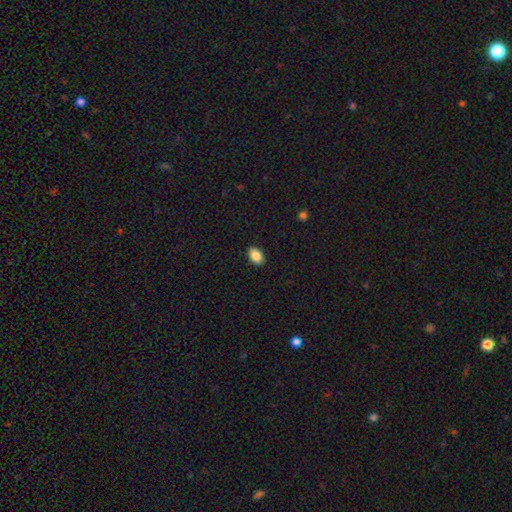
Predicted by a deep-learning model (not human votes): Smooth or featured? smooth (88%)
How rounded? in between (88%)
Merging? none (90%)